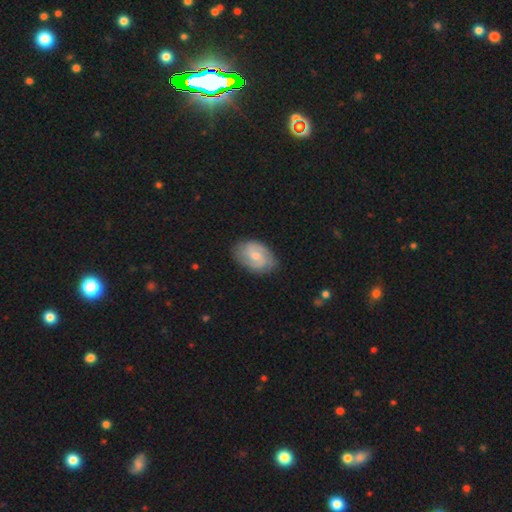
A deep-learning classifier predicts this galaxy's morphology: smooth_or_featured: featured or disk (p=0.71) [alt: smooth p=0.24]
disk_edge_on: no (p=0.97) [alt: yes p=0.03]
bar: weak (p=0.48) [alt: no p=0.44]
has_spiral_arms: yes (p=0.91) [alt: no p=0.09]
spiral_winding: medium (p=0.43) [tied with: tight p=0.43]
spiral_arm_count: 2 (p=0.73) [alt: can't tell p=0.14]
bulge_size: moderate (p=0.52) [alt: small p=0.43]
merging: none (p=0.80) [alt: minor disturbance p=0.15]